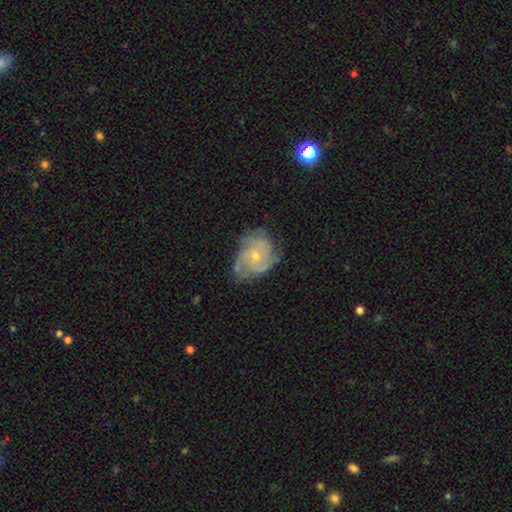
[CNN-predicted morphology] Overall: featured or disk (77%). Edge-on disk: no (98%). Bar: no (75%). Spiral arms: yes (92%). Spiral arm count: 3 (37%; can't tell 22%). Spiral winding: medium (44%, tied with tight). Bulge size: small (67%; moderate 30%). Merging: none (57%; minor disturbance 29%).